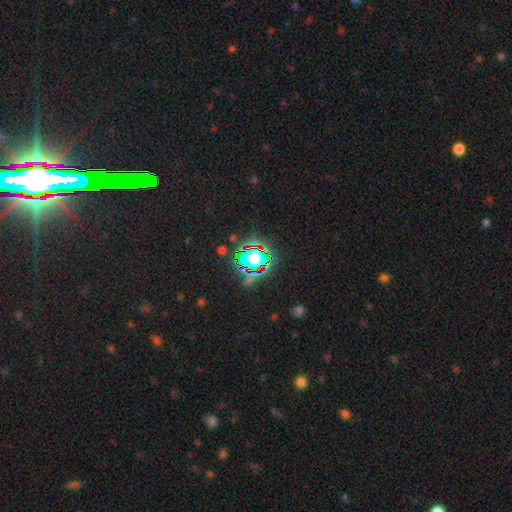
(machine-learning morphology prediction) A star or artifact, not a galaxy (79%).

Vote fractions:
- Smooth or featured? star or artifact: 79% / smooth: 13% / featured or disk: 8%